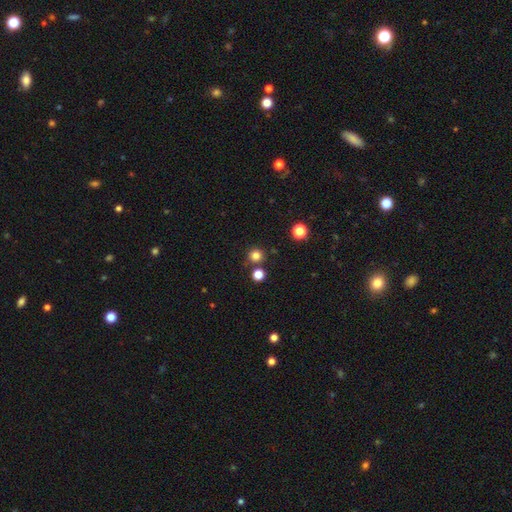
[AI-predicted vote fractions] smooth_or_featured: smooth (p=0.80) [alt: star or artifact p=0.15]
how_rounded: round (p=0.94) [alt: in between p=0.05]
merging: none (p=0.82) [alt: merger p=0.09]